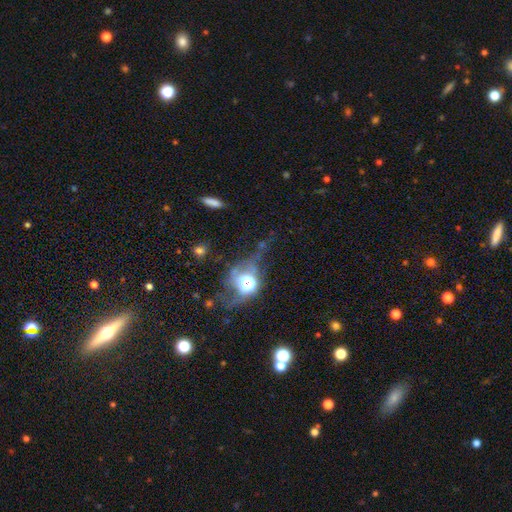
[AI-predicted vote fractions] Smooth or featured? star or artifact (41%)